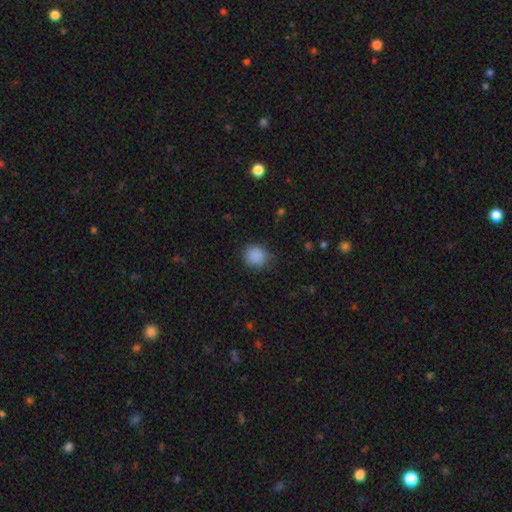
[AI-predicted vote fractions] Q: Smooth or featured?
A: smooth (88%); runner-up: star or artifact (9%)
Q: How rounded?
A: round (83%); runner-up: in between (16%)
Q: Merging?
A: none (83%); runner-up: minor disturbance (12%)